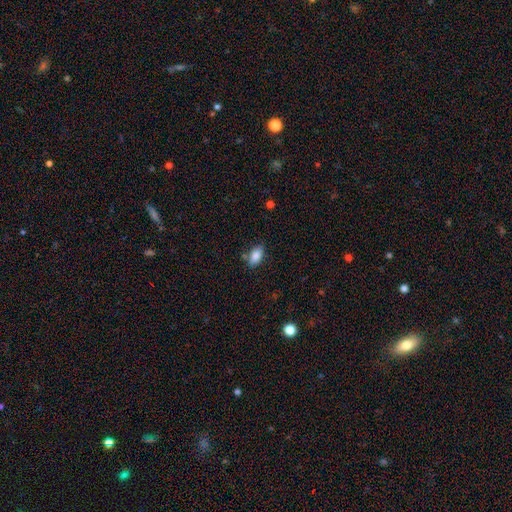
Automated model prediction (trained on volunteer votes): This appears to be a smooth galaxy with no disk features (86%) that is in between round and cigar-shaped (91%). Merging: none (76%).